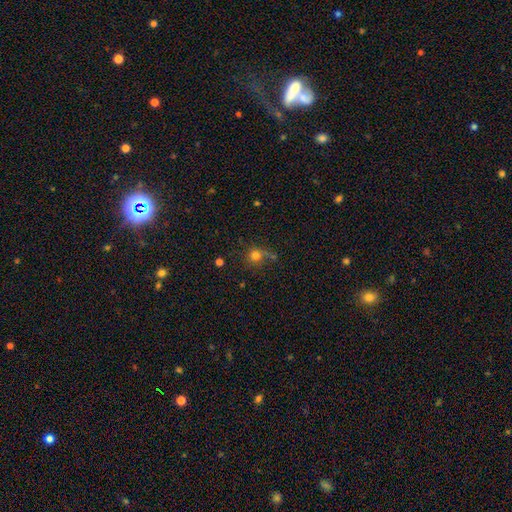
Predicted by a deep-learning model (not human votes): A smooth galaxy with no disk features (75%) that is round (89%). Merging: none (61%).